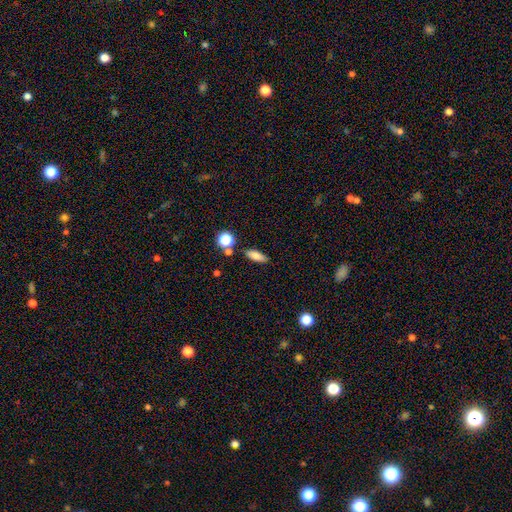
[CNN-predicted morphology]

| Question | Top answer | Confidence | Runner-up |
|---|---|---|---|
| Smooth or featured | smooth | 77% | featured or disk (12%) |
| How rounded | in between | 66% | cigar-shaped (28%) |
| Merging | none | 81% | minor disturbance (11%) |